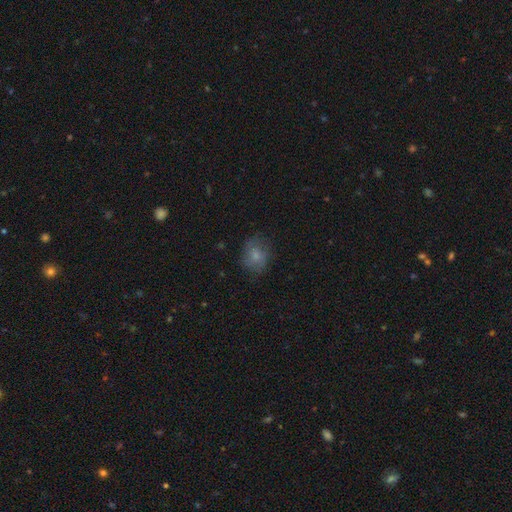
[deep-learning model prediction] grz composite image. It shows a smooth galaxy with no disk features (74%) that is round (57%). Merging: none (67%).